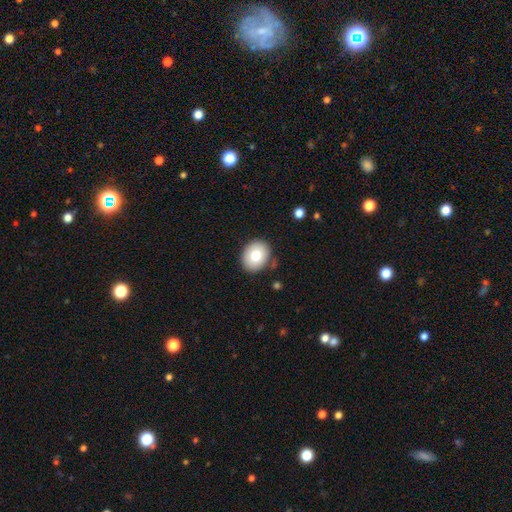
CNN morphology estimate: Q: Smooth or featured?
A: smooth (80%); runner-up: featured or disk (12%)
Q: How rounded?
A: round (50%); runner-up: in between (49%)
Q: Merging?
A: none (87%); runner-up: minor disturbance (9%)